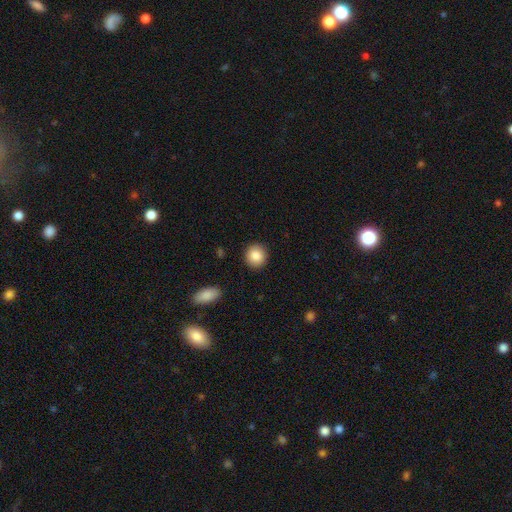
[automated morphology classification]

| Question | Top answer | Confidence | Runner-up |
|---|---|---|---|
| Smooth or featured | smooth | 87% | star or artifact (8%) |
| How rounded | round | 86% | in between (13%) |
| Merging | none | 91% | minor disturbance (6%) |